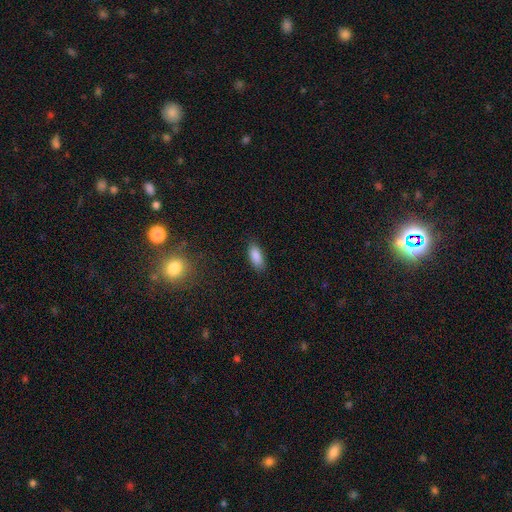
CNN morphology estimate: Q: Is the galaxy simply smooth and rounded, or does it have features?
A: smooth — 88%.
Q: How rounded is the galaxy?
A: in between — 86%.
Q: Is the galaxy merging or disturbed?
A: none — 86%.